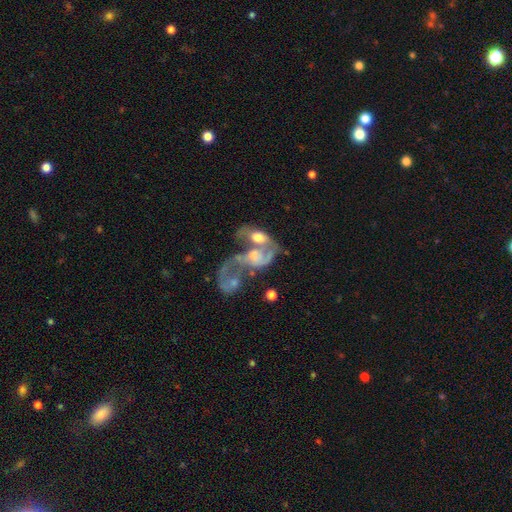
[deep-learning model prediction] smooth-or-featured: featured or disk: 69% | smooth: 21% | star or artifact: 10%
  disk-edge-on: no: 96% | yes: 4%
    bar: no: 72% | weak: 22% | strong: 6%
    has-spiral-arms: yes: 63% | no: 37%
    bulge-size: moderate: 41% | small: 30% | none: 17% | large: 9% | dominant: 2%
  merging: merger: 72% | major disturbance: 15% | none: 8% | minor disturbance: 5%